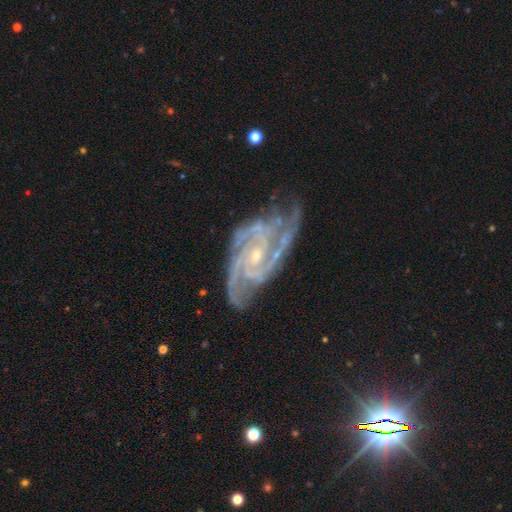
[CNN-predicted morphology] smooth-or-featured: featured or disk: 92% | star or artifact: 5% | smooth: 3%
  disk-edge-on: no: 97% | yes: 3%
    bar: no: 60% | weak: 29% | strong: 11%
    has-spiral-arms: yes: 98% | no: 2%
      spiral-winding: tight: 52% | medium: 42% | loose: 6%
      spiral-arm-count: 3: 36% | 2: 25% | 4: 16% | can't tell: 11% | more than 4: 6% | 1: 6%
    bulge-size: small: 77% | moderate: 20% | none: 2% | large: 1% | dominant: 1%
  merging: none: 62% | minor disturbance: 24% | major disturbance: 11% | merger: 2%